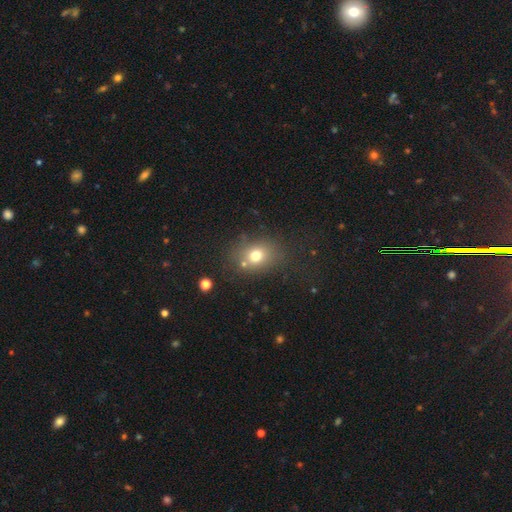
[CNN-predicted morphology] Overall: smooth (73%). How rounded: round (53%; in between 46%). Merging: none (73%).